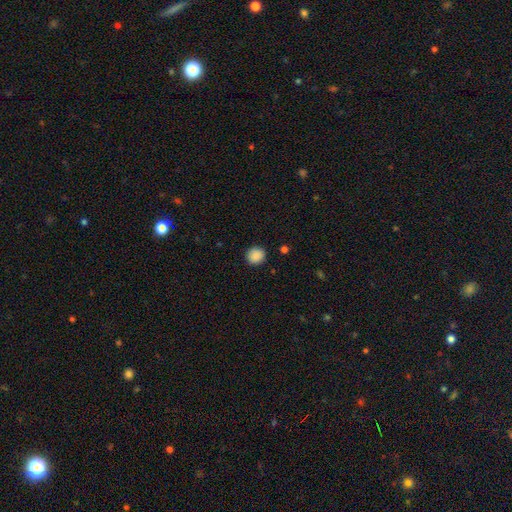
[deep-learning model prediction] This is clearly a smooth galaxy (88%). How rounded: clearly round (89%). Merging: clearly none (90%).